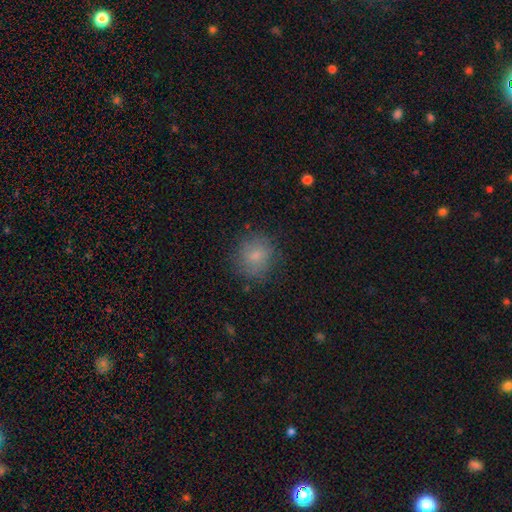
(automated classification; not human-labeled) smooth_or_featured: smooth (p=0.77) [alt: featured or disk p=0.12]
how_rounded: round (p=0.82) [alt: in between p=0.17]
merging: none (p=0.77) [alt: minor disturbance p=0.16]